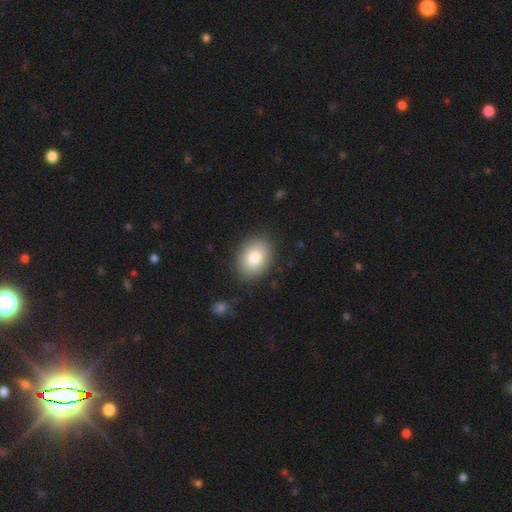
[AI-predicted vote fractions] This appears to be a smooth galaxy with no disk features (83%) that is in between round and cigar-shaped (72%). Merging: none (86%).